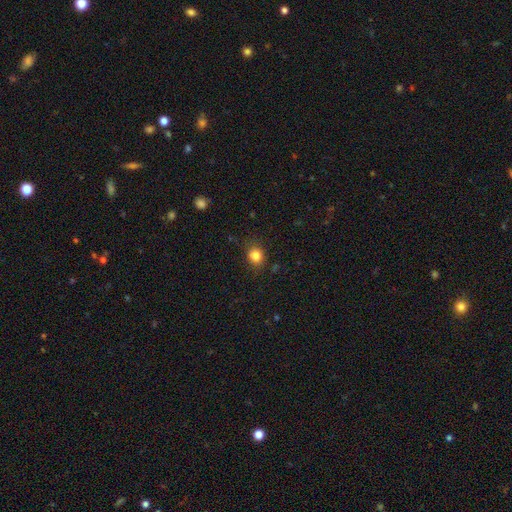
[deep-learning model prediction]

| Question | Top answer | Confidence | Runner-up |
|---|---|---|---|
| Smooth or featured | smooth | 83% | star or artifact (11%) |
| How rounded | round | 64% | in between (35%) |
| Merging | none | 79% | minor disturbance (15%) |